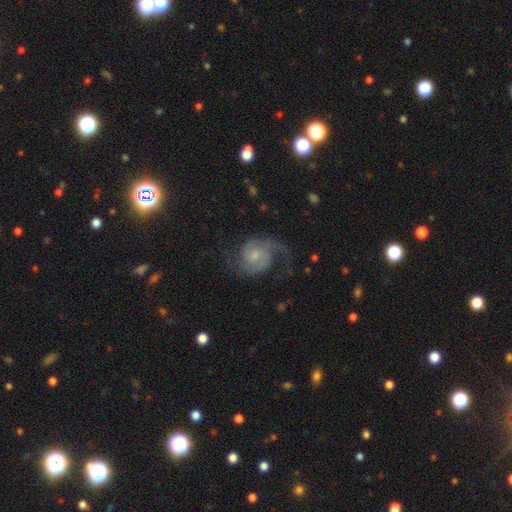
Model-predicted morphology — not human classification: The model was most divided on "spiral winding": medium: 49%, loose: 30%, tight: 20%. More confident: edge-on disk — no (98%); spiral arms — yes (97%); smooth or featured — featured or disk (86%); spiral arm count — 2 (85%); merging — none (66%); bar — no (59%); bulge size — small (51%).